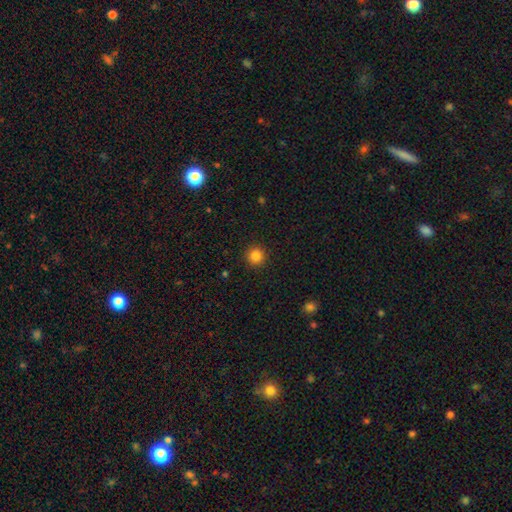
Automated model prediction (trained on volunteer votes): This appears to be a smooth galaxy with no disk features (85%) that is round (95%). Merging: none (92%).